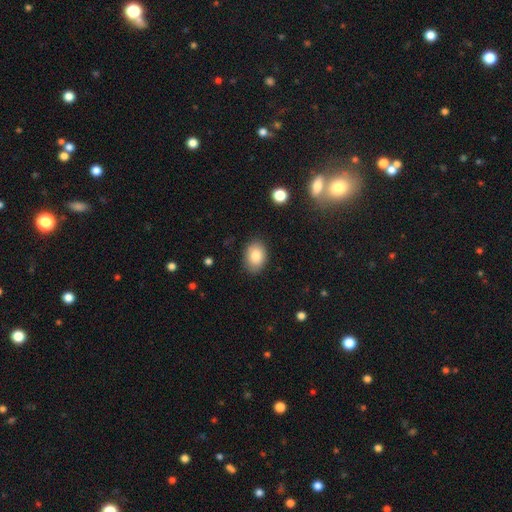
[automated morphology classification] Smooth or featured: smooth — 85% (star or artifact — 7%)
How rounded: in between — 81% (round — 18%)
Merging: none — 84% (minor disturbance — 12%)